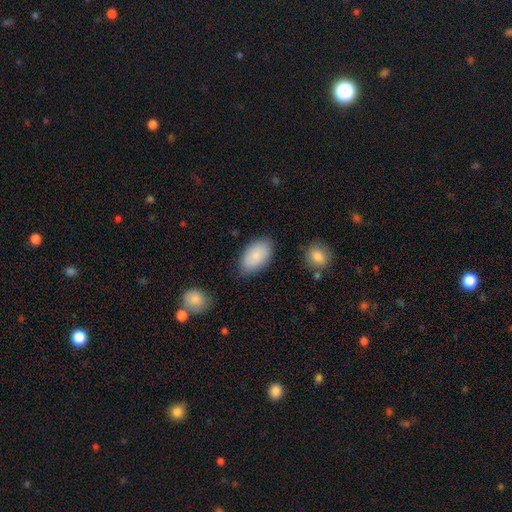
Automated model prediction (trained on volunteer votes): smooth-or-featured: smooth: 88% | featured or disk: 7% | star or artifact: 6%
  how-rounded: in between: 95% | round: 4% | cigar-shaped: 2%
  merging: none: 81% | minor disturbance: 14% | major disturbance: 3% | merger: 2%